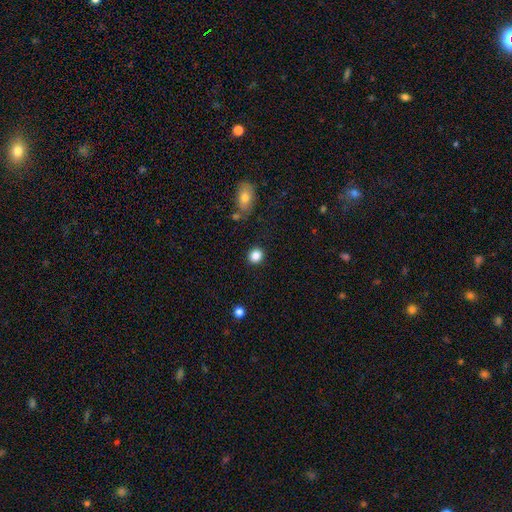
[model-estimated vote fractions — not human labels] Smooth or featured? smooth (86%)
How rounded? round (80%)
Merging? none (88%)